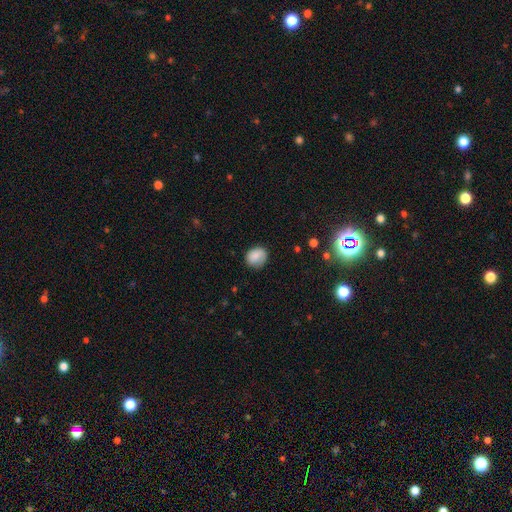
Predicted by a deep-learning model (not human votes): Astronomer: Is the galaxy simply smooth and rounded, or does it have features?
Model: smooth — 78%.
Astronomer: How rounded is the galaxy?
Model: round — 63%.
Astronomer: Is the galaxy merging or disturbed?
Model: none — 69%.